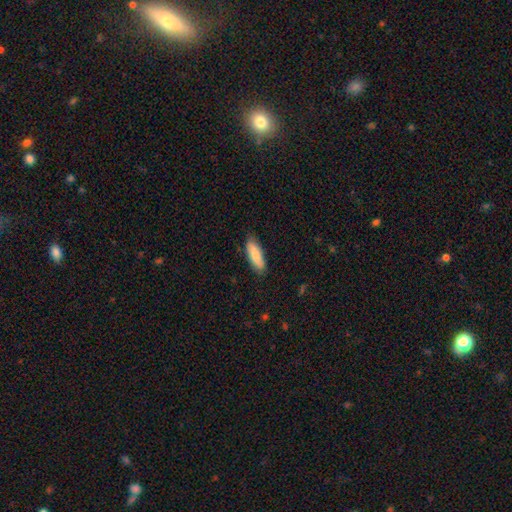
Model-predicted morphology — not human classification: type=smooth (83%); roundness=in between (56%); merging=none (82%).